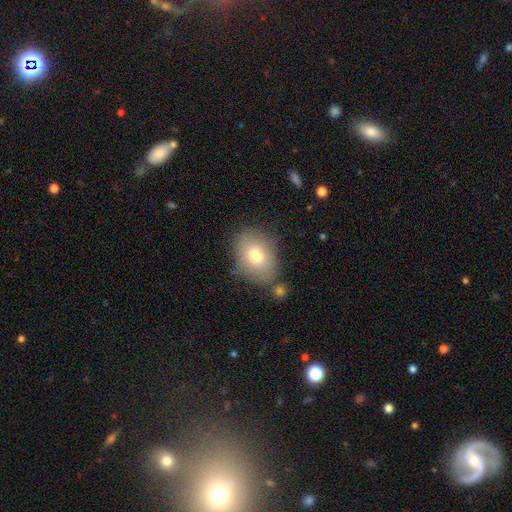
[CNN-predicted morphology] Smooth or featured?
  - smooth: 72% *
  - featured or disk: 18%
  - star or artifact: 10%
How rounded?
  - in between: 66% *
  - round: 33%
  - cigar-shaped: 1%
Merging?
  - none: 70% *
  - minor disturbance: 19%
  - merger: 6%
  - major disturbance: 6%